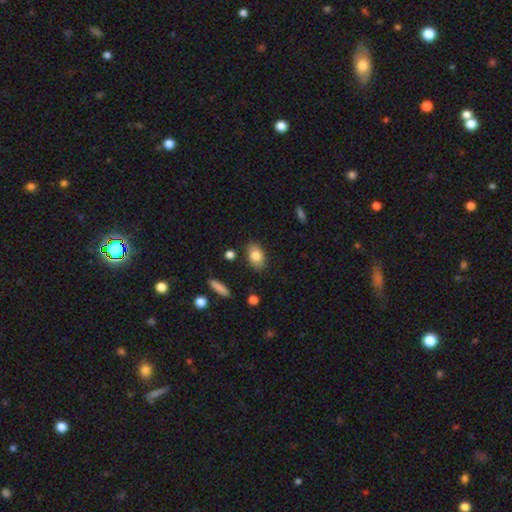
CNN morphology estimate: Q: Smooth or featured?
A: smooth (80%); runner-up: featured or disk (13%)
Q: How rounded?
A: in between (88%); runner-up: round (9%)
Q: Merging?
A: none (84%); runner-up: minor disturbance (11%)